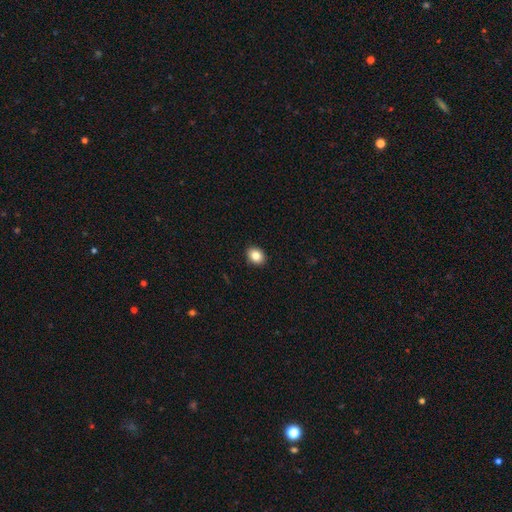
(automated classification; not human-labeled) A smooth galaxy with no disk features (85%) that is in between round and cigar-shaped (56%).

Vote fractions:
- Smooth or featured? smooth: 85% / star or artifact: 9% / featured or disk: 6%
- How rounded? in between: 56% / round: 44% / cigar-shaped: 1%
- Merging? none: 91% / minor disturbance: 6% / major disturbance: 2% / merger: 1%